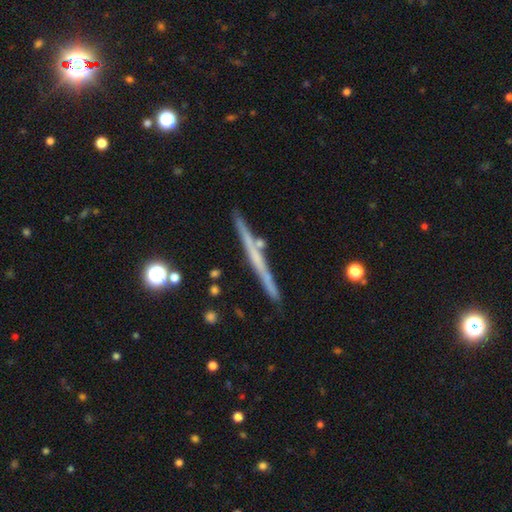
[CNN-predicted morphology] This is likely a featured or disk galaxy (62%). It is clearly viewed edge-on (97%). Edge-on bulge: likely none (77%). Merging: clearly none (86%).